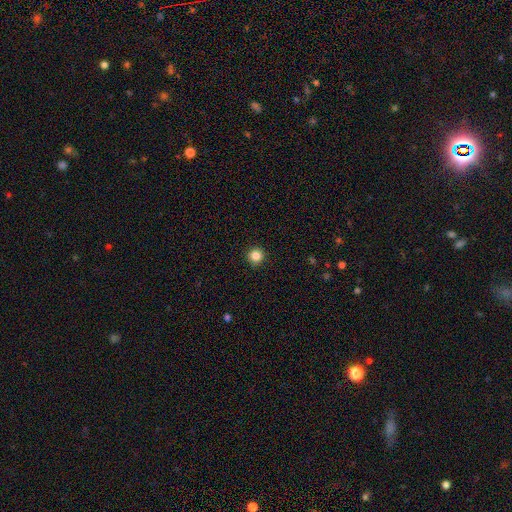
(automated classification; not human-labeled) Smooth or featured? smooth (85%)
How rounded? round (95%)
Merging? none (92%)